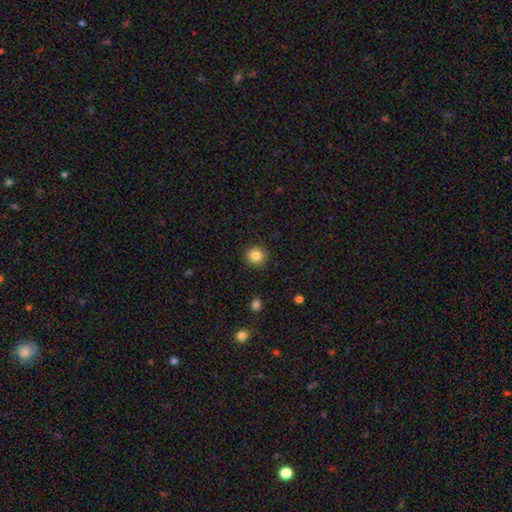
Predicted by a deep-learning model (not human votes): A smooth galaxy with no disk features (84%) that is round (92%).

Vote fractions:
- Smooth or featured? smooth: 84% / star or artifact: 10% / featured or disk: 5%
- How rounded? round: 92% / in between: 7% / cigar-shaped: 1%
- Merging? none: 91% / minor disturbance: 6% / major disturbance: 2% / merger: 1%